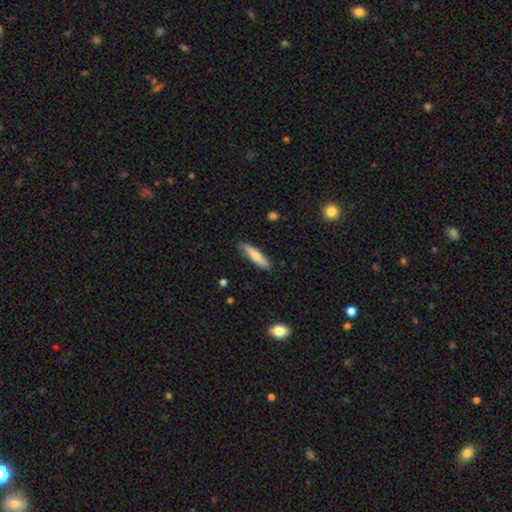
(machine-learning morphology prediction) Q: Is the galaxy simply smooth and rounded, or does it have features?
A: smooth — 71%.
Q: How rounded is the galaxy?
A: cigar-shaped — 81%.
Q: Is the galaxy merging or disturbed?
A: none — 84%.